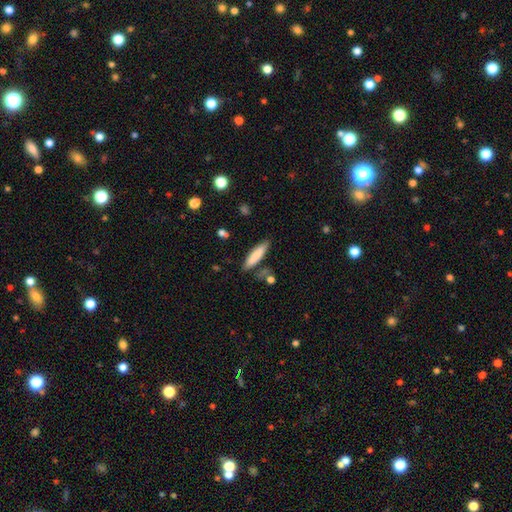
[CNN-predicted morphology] smooth_or_featured: smooth (p=0.81) [alt: featured or disk p=0.13]
how_rounded: cigar-shaped (p=0.76) [alt: in between p=0.22]
merging: none (p=0.80) [alt: minor disturbance p=0.13]